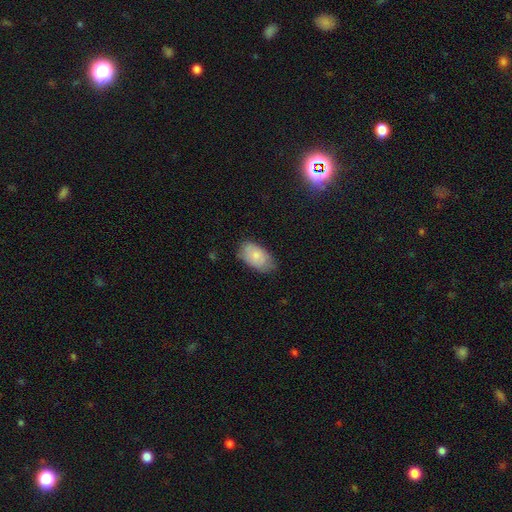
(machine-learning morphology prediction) A smooth galaxy with no disk features (80%) that is in between round and cigar-shaped (94%). Merging: none (69%).